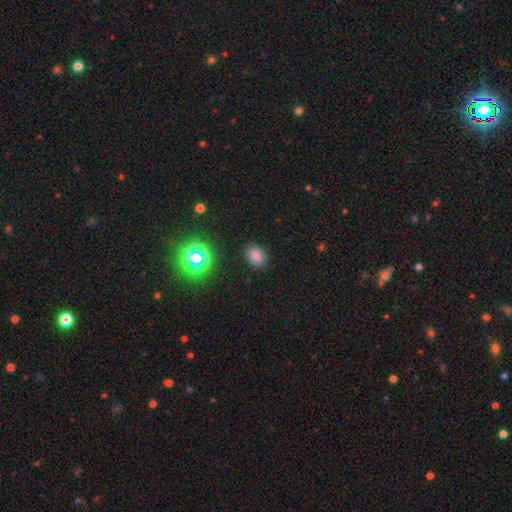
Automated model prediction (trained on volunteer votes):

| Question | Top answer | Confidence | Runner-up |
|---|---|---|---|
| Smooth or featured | smooth | 76% | star or artifact (19%) |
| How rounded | in between | 67% | round (31%) |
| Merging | none | 86% | minor disturbance (10%) |